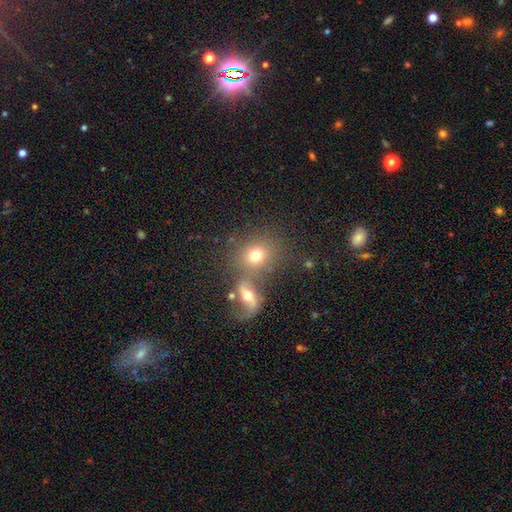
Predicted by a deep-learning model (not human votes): A smooth galaxy with no disk features (69%) that is round (66%).

Vote fractions:
- Smooth or featured? smooth: 69% / featured or disk: 19% / star or artifact: 12%
- How rounded? round: 66% / in between: 32% / cigar-shaped: 2%
- Merging? none: 52% / merger: 32% / minor disturbance: 10% / major disturbance: 6%